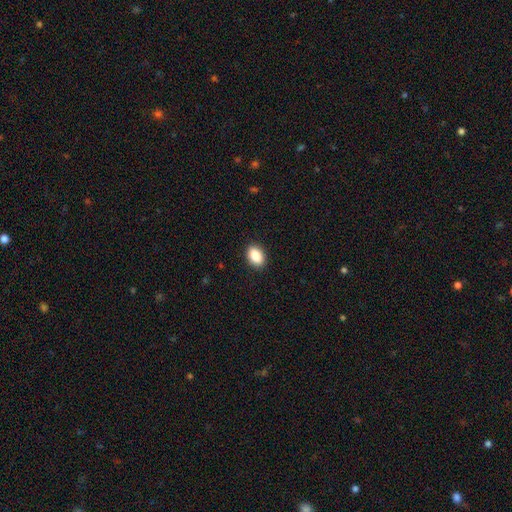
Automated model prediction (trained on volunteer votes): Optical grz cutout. It shows a smooth galaxy with no disk features (88%) that is in between round and cigar-shaped (85%). Merging: none (90%).